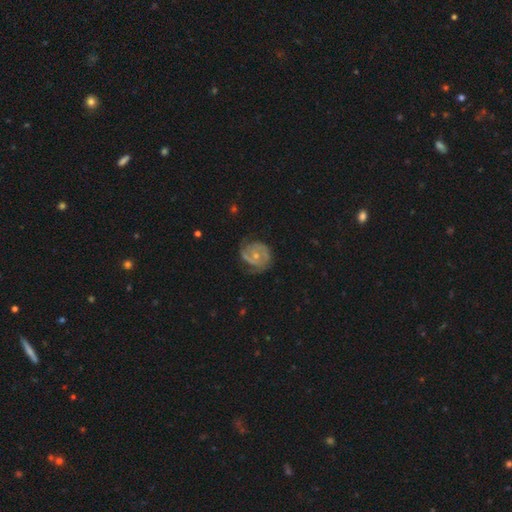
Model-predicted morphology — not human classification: smooth_or_featured: featured or disk (p=0.80) [alt: smooth p=0.14]
disk_edge_on: no (p=0.98) [alt: yes p=0.02]
bar: no (p=0.66) [alt: weak p=0.28]
has_spiral_arms: yes (p=0.92) [alt: no p=0.08]
spiral_winding: tight (p=0.51) [alt: medium p=0.38]
spiral_arm_count: 2 (p=0.61) [alt: can't tell p=0.15]
bulge_size: small (p=0.56) [alt: moderate p=0.40]
merging: none (p=0.64) [alt: minor disturbance p=0.24]